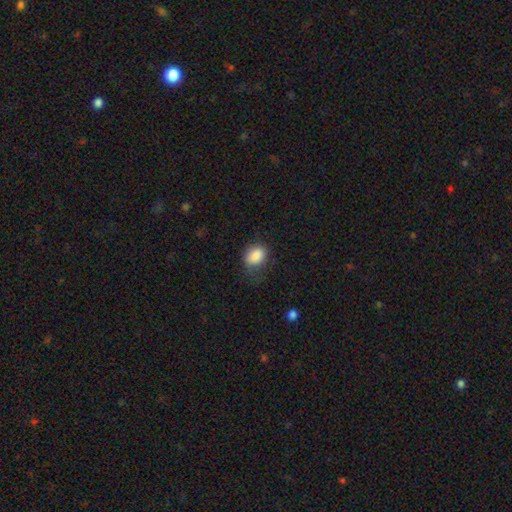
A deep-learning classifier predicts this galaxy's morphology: smooth-or-featured: smooth: 86% | star or artifact: 8% | featured or disk: 6%
  how-rounded: in between: 69% | round: 30% | cigar-shaped: 1%
  merging: none: 62% | minor disturbance: 26% | major disturbance: 10% | merger: 2%